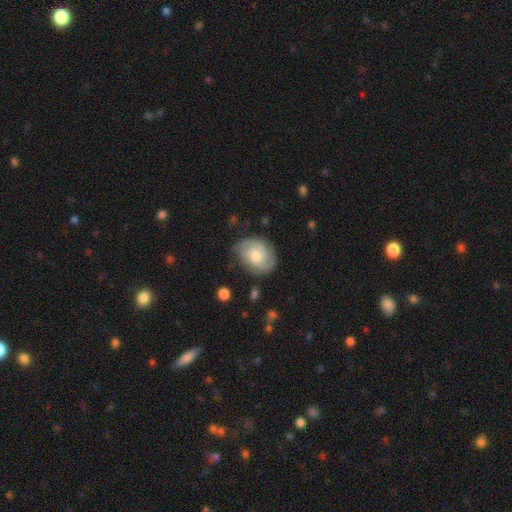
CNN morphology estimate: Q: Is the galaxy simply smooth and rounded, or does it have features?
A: featured or disk — 63%.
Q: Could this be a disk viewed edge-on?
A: no — 97%.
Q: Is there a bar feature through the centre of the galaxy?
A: no — 69%.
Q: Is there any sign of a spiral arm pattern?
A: yes — 90%.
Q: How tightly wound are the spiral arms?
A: tight — 49%.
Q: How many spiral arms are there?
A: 2 — 57%.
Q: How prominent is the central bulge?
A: moderate — 57%.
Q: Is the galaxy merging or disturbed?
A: none — 72%.